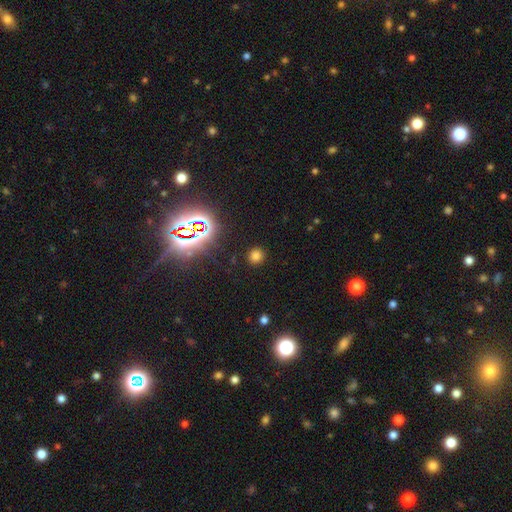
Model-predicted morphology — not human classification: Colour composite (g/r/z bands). It shows a smooth galaxy with no disk features (71%) that is round (89%). Merging: none (89%).